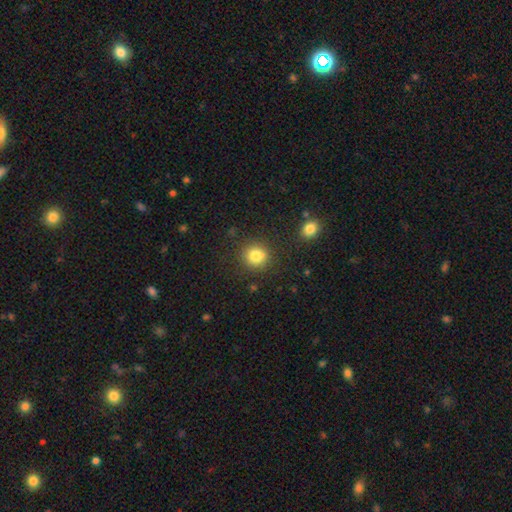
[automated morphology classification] Overall: smooth (82%). How rounded: round (86%). Merging: none (83%).